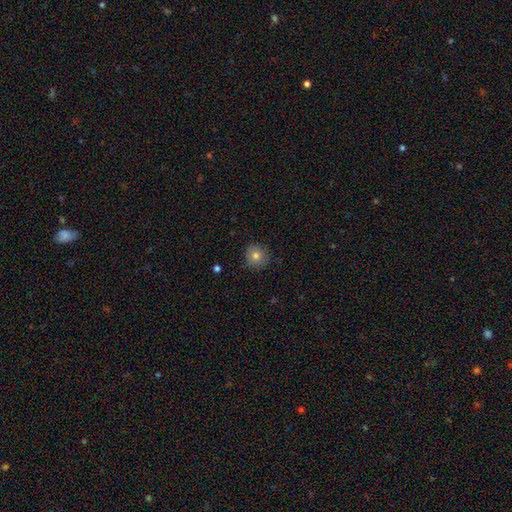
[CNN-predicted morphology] Smooth or featured? smooth (78%)
How rounded? round (92%)
Merging? none (85%)